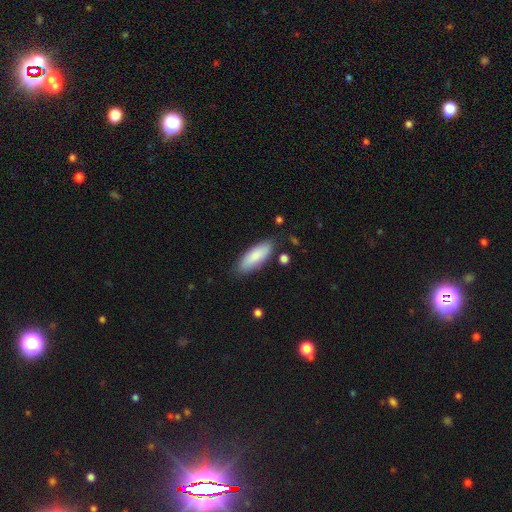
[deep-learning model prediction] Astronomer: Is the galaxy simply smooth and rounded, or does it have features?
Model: smooth — 84%.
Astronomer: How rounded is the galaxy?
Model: in between — 66%.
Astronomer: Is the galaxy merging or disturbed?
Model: none — 83%.